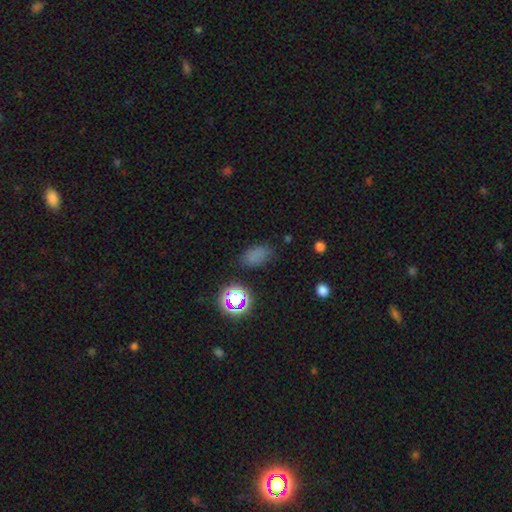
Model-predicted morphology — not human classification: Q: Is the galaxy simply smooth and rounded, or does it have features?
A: smooth — 72%.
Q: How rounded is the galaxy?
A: in between — 84%.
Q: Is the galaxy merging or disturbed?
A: none — 75%.